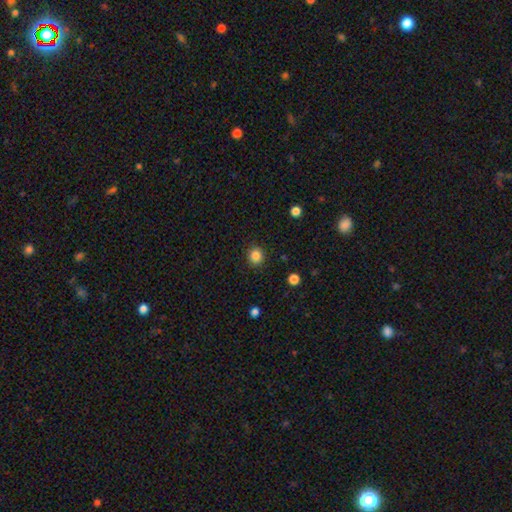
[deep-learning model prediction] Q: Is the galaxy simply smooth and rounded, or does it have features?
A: smooth — 85%.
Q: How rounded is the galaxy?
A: round — 82%.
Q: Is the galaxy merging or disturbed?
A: none — 90%.